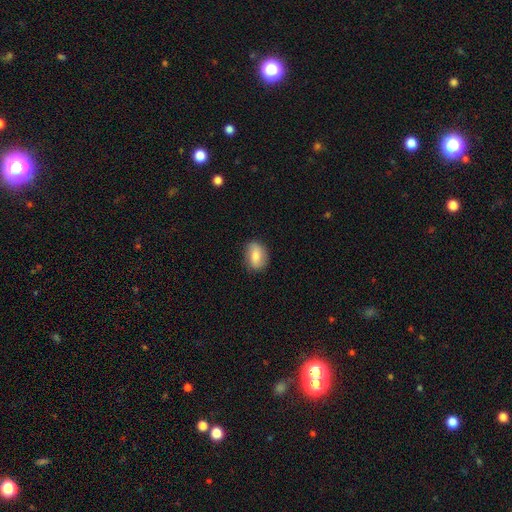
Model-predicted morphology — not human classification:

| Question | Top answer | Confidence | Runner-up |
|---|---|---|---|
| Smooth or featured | smooth | 70% | featured or disk (23%) |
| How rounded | in between | 75% | round (23%) |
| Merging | none | 81% | minor disturbance (14%) |